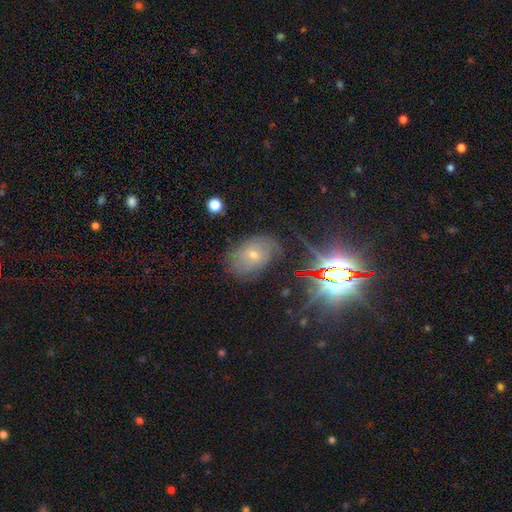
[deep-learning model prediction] Smooth or featured?
  - star or artifact: 40% *
  - featured or disk: 35%
  - smooth: 25%